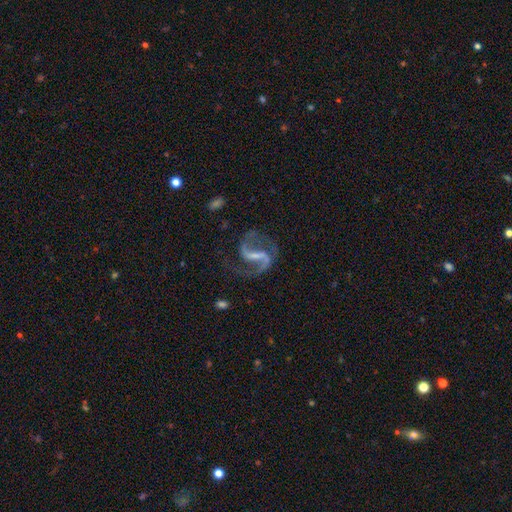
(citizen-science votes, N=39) This appears to be a featured or disk galaxy (95%) with a strong bar (61%), 2 (100%) medium (64%) spiral arms (100%) and a small central bulge (53%). Merging: none (66%).